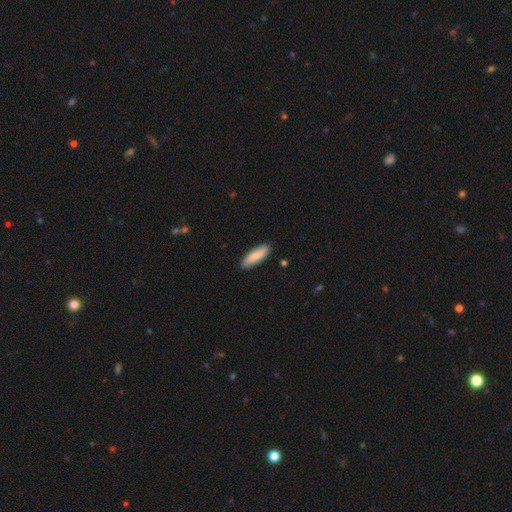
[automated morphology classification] A smooth galaxy with no disk features (82%) that is cigar-shaped (50%). Merging: none (88%).